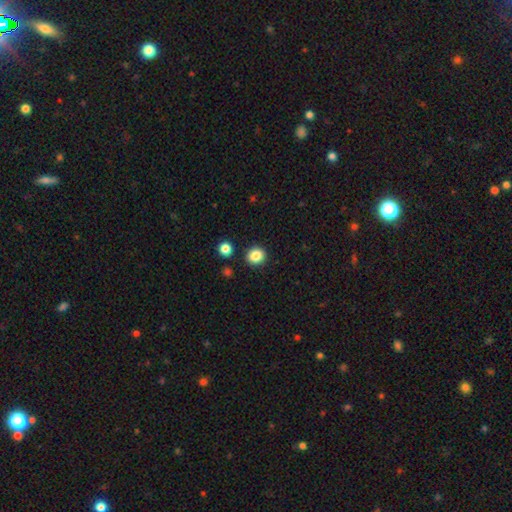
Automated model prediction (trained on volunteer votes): smooth 86%, star or artifact 11%, featured or disk 4%. Down the decision tree: how rounded — round (86%); merging — none (89%).